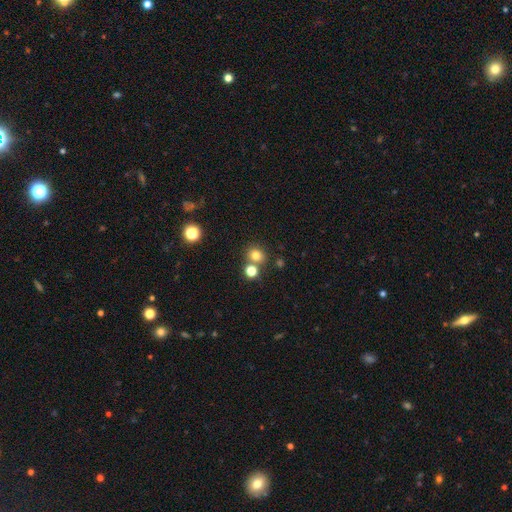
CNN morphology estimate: smooth-or-featured: smooth: 77% | star or artifact: 16% | featured or disk: 7%
  how-rounded: round: 78% | in between: 21% | cigar-shaped: 1%
  merging: none: 69% | merger: 19% | minor disturbance: 8% | major disturbance: 3%